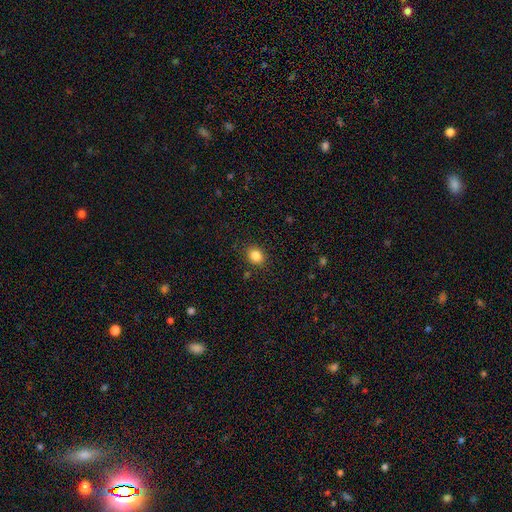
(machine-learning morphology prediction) Smooth or featured: smooth — 84% (star or artifact — 11%)
How rounded: round — 57% (in between — 42%)
Merging: none — 87% (minor disturbance — 9%)